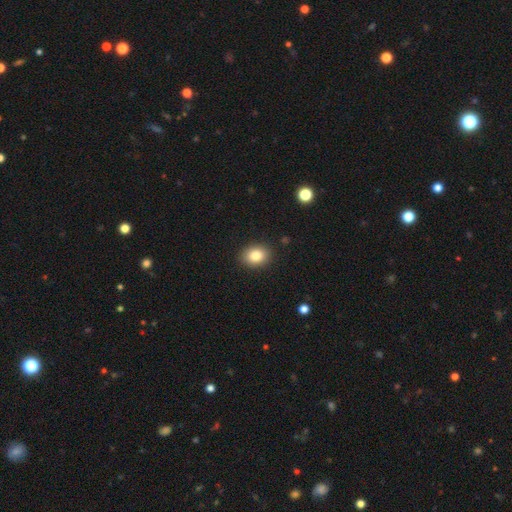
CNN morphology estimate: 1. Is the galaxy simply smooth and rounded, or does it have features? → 83% smooth, 9% star or artifact, 7% featured or disk.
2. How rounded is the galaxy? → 60% in between, 39% round, 1% cigar-shaped.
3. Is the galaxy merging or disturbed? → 89% none, 8% minor disturbance, 2% major disturbance, 1% merger.